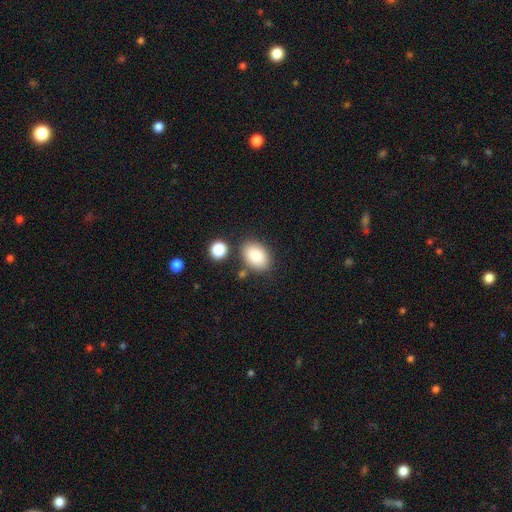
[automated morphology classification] A smooth galaxy with no disk features (87%) that is in between round and cigar-shaped (84%). Merging: none (77%).